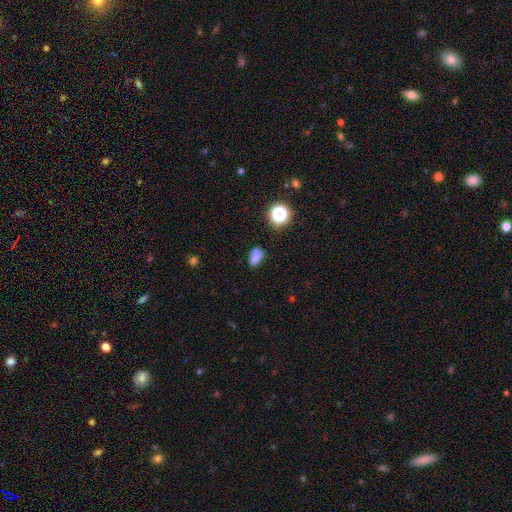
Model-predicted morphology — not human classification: smooth_or_featured: smooth (p=0.72) [alt: star or artifact p=0.16]
how_rounded: in between (p=0.72) [alt: round p=0.22]
merging: none (p=0.49) [alt: merger p=0.22]